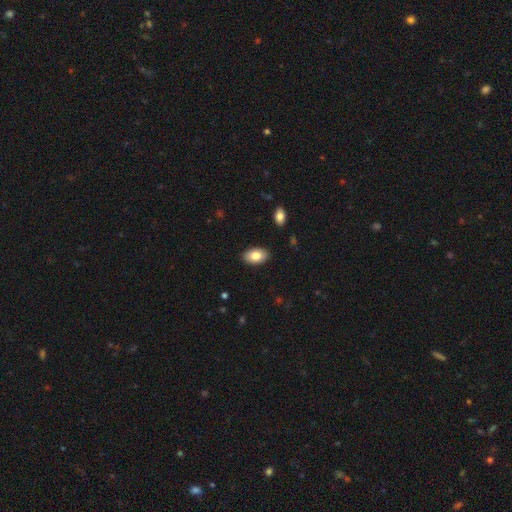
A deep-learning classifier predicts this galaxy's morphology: smooth-or-featured: smooth: 82% | featured or disk: 12% | star or artifact: 7%
  how-rounded: in between: 93% | round: 6% | cigar-shaped: 1%
  merging: none: 89% | minor disturbance: 8% | major disturbance: 2% | merger: 1%